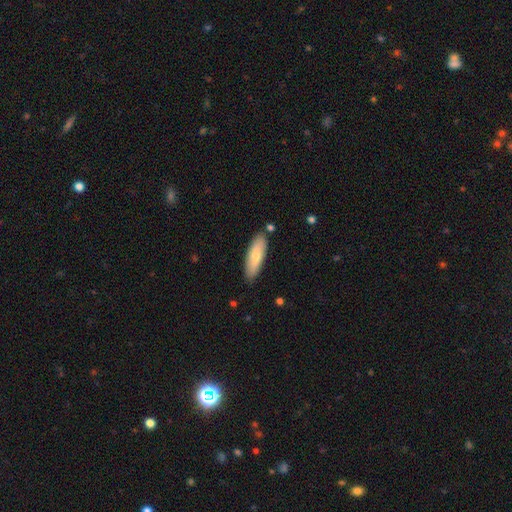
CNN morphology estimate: smooth-or-featured: smooth: 74% | featured or disk: 20% | star or artifact: 6%
  how-rounded: in between: 52% | cigar-shaped: 46% | round: 2%
  merging: none: 84% | minor disturbance: 11% | merger: 3% | major disturbance: 2%